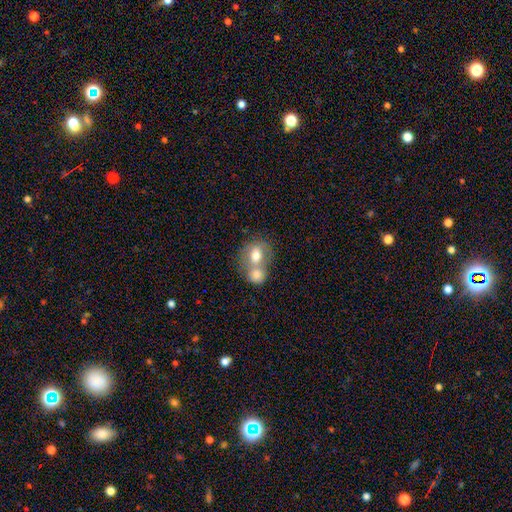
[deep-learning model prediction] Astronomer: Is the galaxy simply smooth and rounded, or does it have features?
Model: smooth — 70%.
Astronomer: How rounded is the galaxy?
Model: round — 53% (runner-up: in between, 46%).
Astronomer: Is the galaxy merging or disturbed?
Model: merger — 64%.